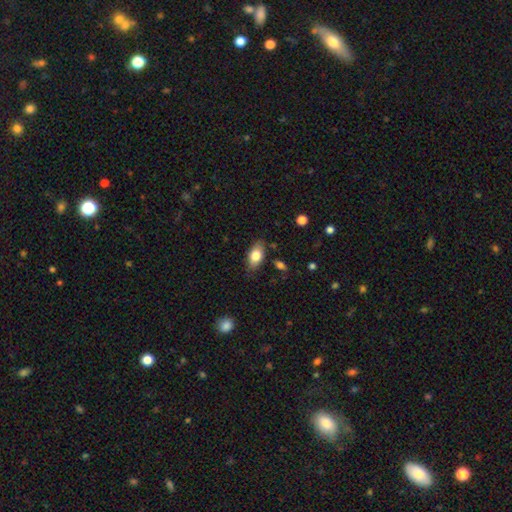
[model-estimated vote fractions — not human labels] Overall: smooth (80%). How rounded: in between (90%). Merging: none (81%).